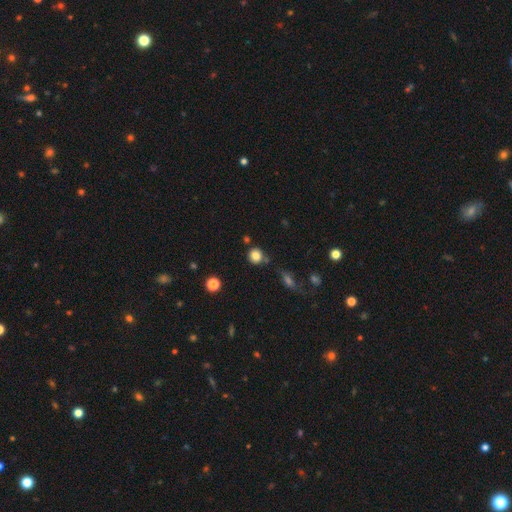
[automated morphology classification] Smooth or featured?
  - smooth: 83% *
  - star or artifact: 11%
  - featured or disk: 6%
How rounded?
  - round: 89% *
  - in between: 9%
  - cigar-shaped: 1%
Merging?
  - none: 76% *
  - minor disturbance: 13%
  - merger: 8%
  - major disturbance: 3%